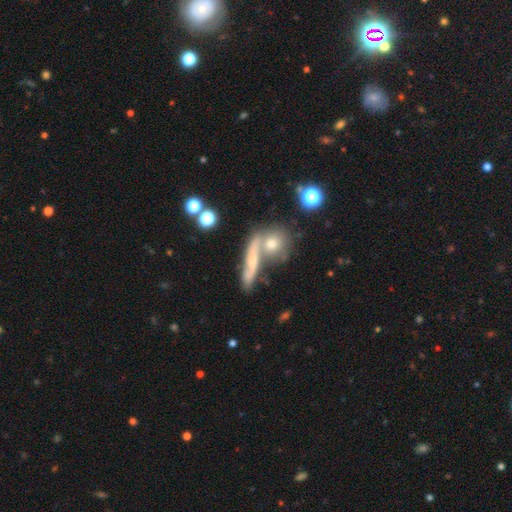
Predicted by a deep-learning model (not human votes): smooth_or_featured: featured or disk (p=0.48) [alt: smooth p=0.38]
merging: none (p=0.44) [alt: merger p=0.36]